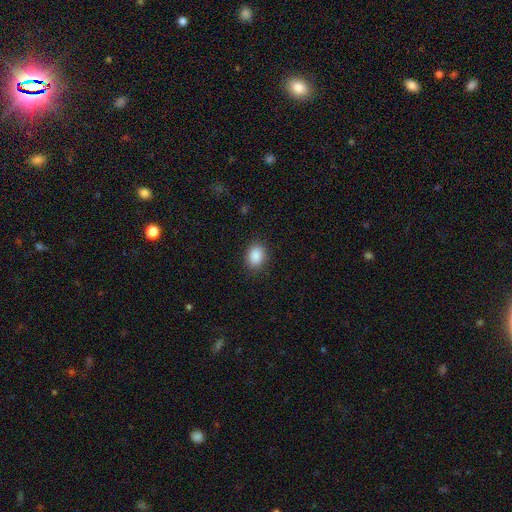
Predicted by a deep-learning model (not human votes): This appears to be a smooth galaxy with no disk features (89%) that is in between round and cigar-shaped (62%). Merging: none (87%).